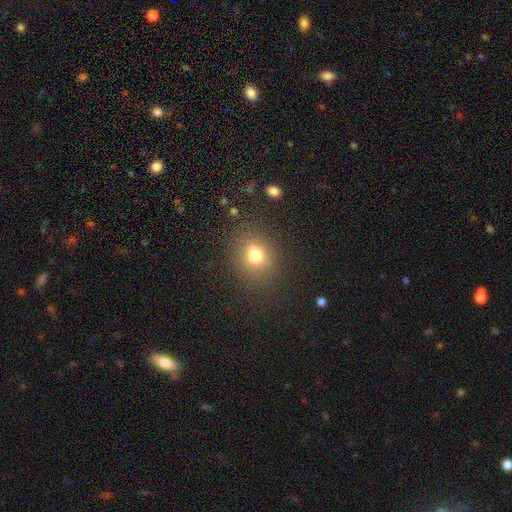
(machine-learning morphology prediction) Smooth or featured: smooth — 74% (star or artifact — 16%)
How rounded: round — 65% (in between — 34%)
Merging: none — 82% (minor disturbance — 11%)